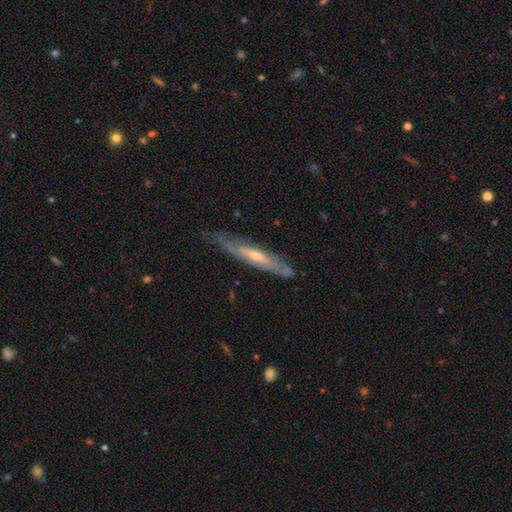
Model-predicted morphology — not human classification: A featured or disk galaxy (68%) viewed edge-on (67%). Merging: none (70%).